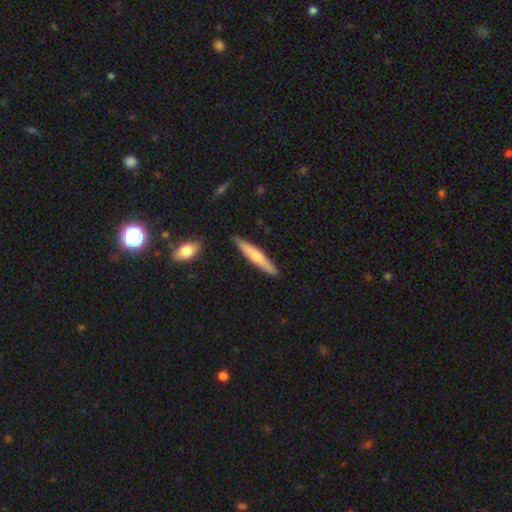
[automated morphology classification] Smooth or featured? smooth (58%)
How rounded? cigar-shaped (93%)
Merging? none (88%)